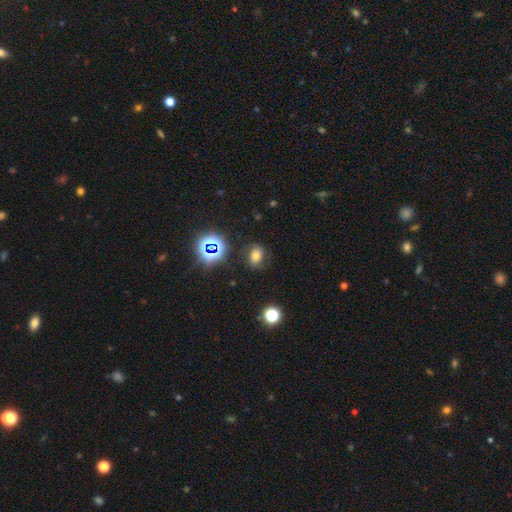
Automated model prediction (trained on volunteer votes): Smooth or featured: smooth — 60% (star or artifact — 25%)
How rounded: in between — 66% (round — 33%)
Merging: none — 77% (minor disturbance — 15%)